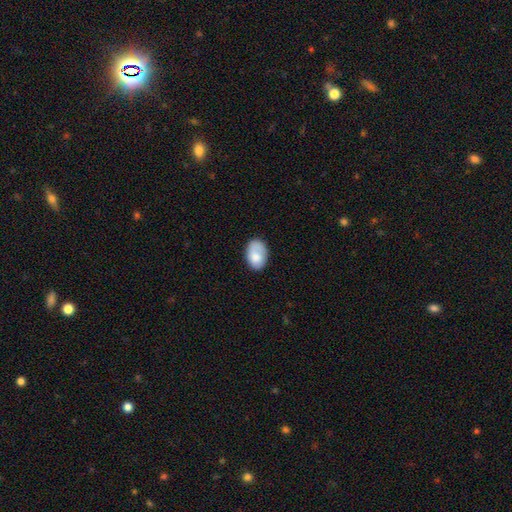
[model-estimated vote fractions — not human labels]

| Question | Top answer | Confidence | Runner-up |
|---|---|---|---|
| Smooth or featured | smooth | 80% | featured or disk (13%) |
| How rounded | in between | 88% | round (11%) |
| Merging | none | 63% | minor disturbance (27%) |